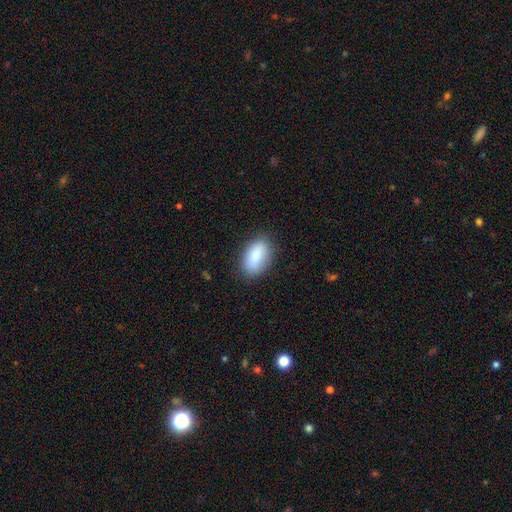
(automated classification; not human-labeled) Smooth or featured? smooth (85%)
How rounded? in between (91%)
Merging? none (83%)